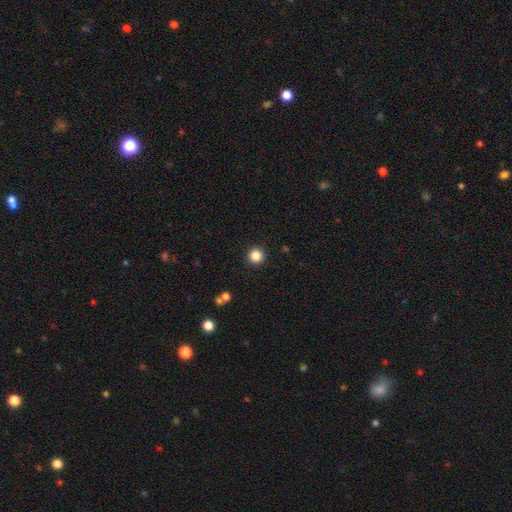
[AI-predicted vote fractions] Overall: smooth (85%). How rounded: round (96%). Merging: none (93%).